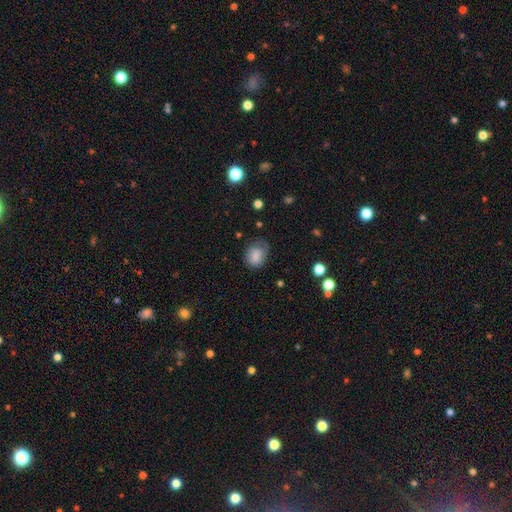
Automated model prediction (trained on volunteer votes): Overall: smooth (81%). How rounded: in between (59%; round 41%). Merging: none (53%; minor disturbance 32%).